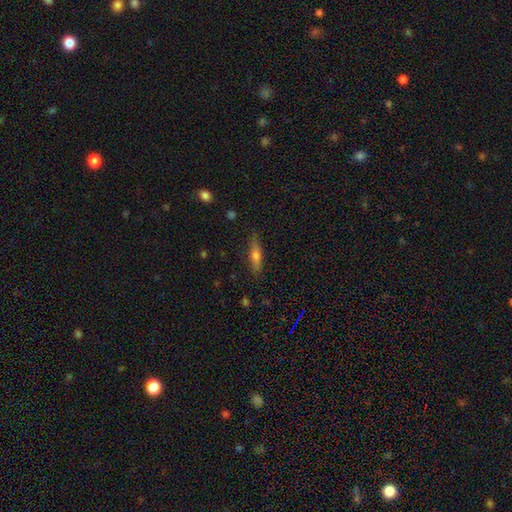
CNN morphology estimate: type=smooth (56%); roundness=cigar-shaped (71%); merging=none (85%).